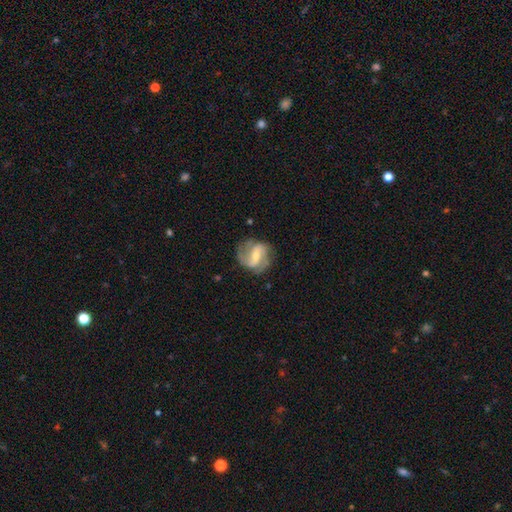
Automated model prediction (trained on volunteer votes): featured or disk 83%, smooth 12%, star or artifact 5%. Down the decision tree: edge-on disk — no (98%); bar — weak (46%); spiral arms — yes (95%); spiral arm count — 2 (63%); spiral winding — medium (50%); bulge size — moderate (49%); merging — none (72%).